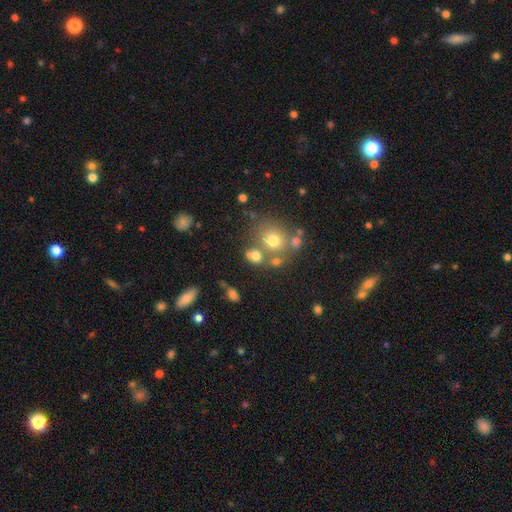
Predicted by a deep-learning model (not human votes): smooth_or_featured: smooth (p=0.69) [alt: star or artifact p=0.17]
how_rounded: round (p=0.60) [alt: in between p=0.39]
merging: none (p=0.50) [alt: merger p=0.32]